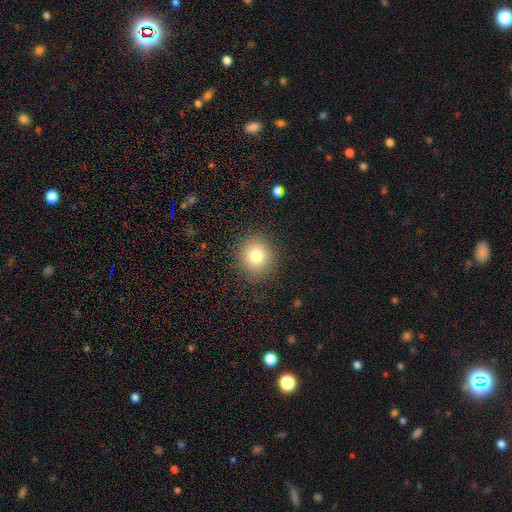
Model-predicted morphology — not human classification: A smooth galaxy with no disk features (78%) that is round (86%).

Vote fractions:
- Smooth or featured? smooth: 78% / star or artifact: 13% / featured or disk: 9%
- How rounded? round: 86% / in between: 13% / cigar-shaped: 1%
- Merging? none: 88% / minor disturbance: 8% / major disturbance: 3% / merger: 1%